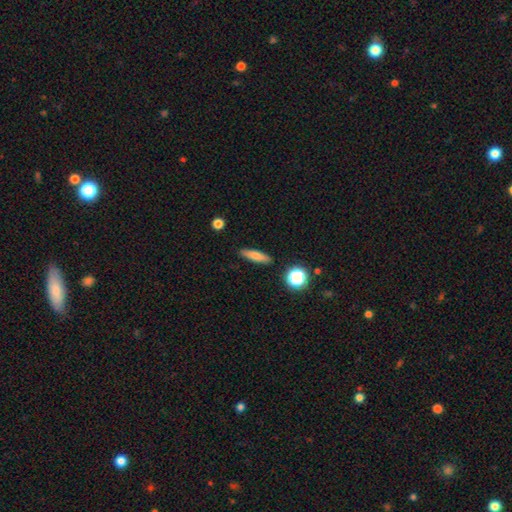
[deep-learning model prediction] Morphology: type=smooth (75%); roundness=cigar-shaped (74%); merging=none (89%).